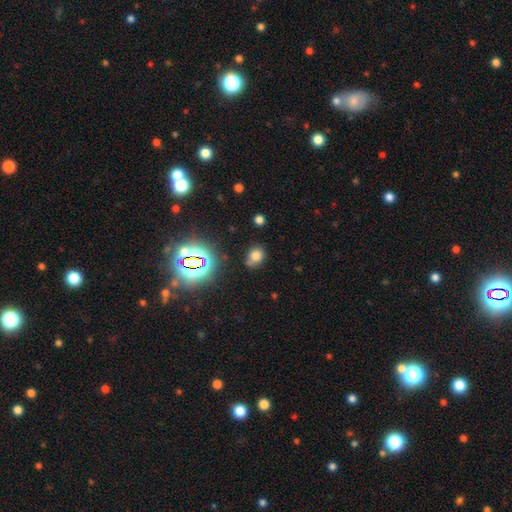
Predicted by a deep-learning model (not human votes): The model was most divided on "how rounded": in between: 52%, round: 47%, cigar-shaped: 1%. More confident: smooth or featured — smooth (70%); merging — none (65%).